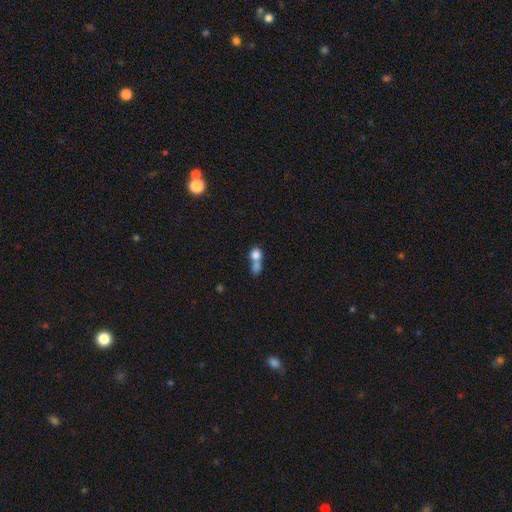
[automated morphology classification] type=smooth (79%); roundness=round (65%); merging=merger (67%).